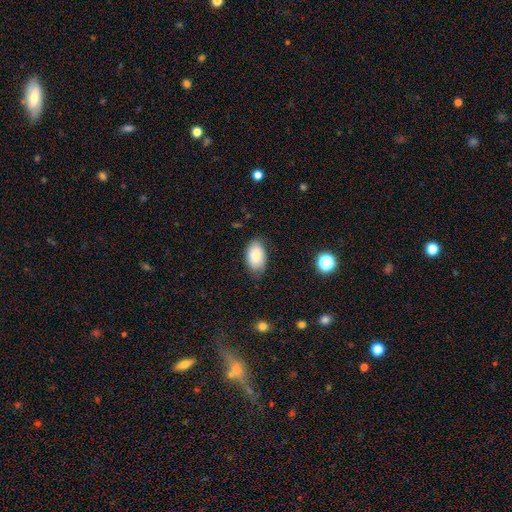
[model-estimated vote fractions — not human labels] This is clearly a smooth galaxy (80%). How rounded: clearly in between (93%). Merging: likely none (75%).